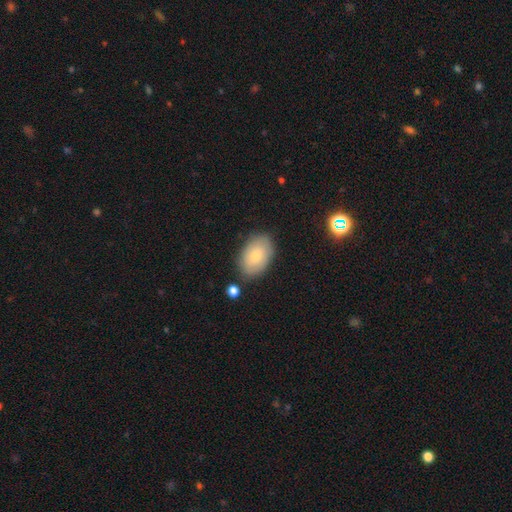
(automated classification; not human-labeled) The model was most divided on "smooth or featured": smooth: 76%, featured or disk: 18%, star or artifact: 6%. More confident: how rounded — in between (90%); merging — none (79%).